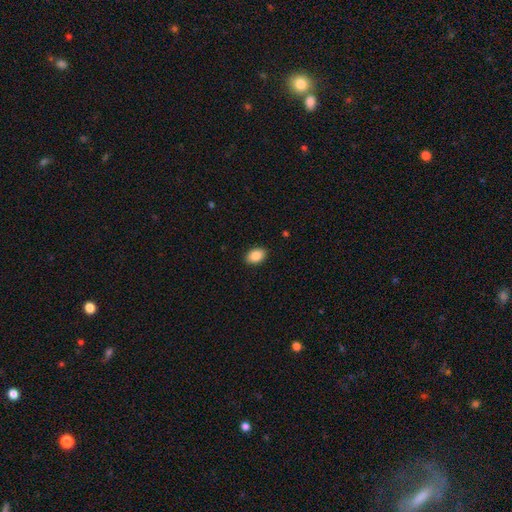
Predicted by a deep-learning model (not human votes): smooth 89%, star or artifact 7%, featured or disk 4%. Down the decision tree: how rounded — in between (85%); merging — none (90%).